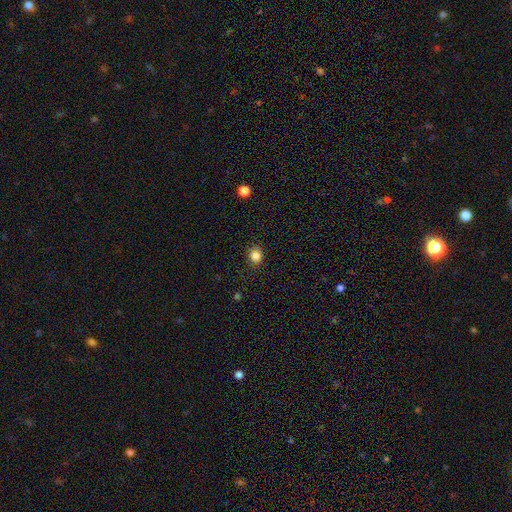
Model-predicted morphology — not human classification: Overall: smooth (84%). How rounded: round (80%). Merging: none (88%).